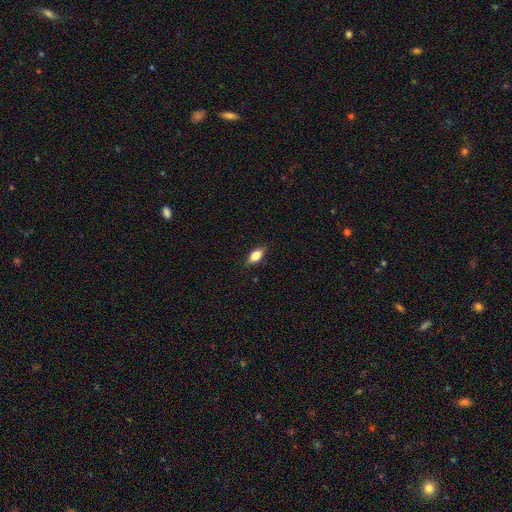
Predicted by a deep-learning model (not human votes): smooth-or-featured: smooth: 72% | featured or disk: 20% | star or artifact: 8%
  how-rounded: in between: 82% | cigar-shaped: 10% | round: 8%
  merging: none: 84% | minor disturbance: 13% | major disturbance: 2% | merger: 1%